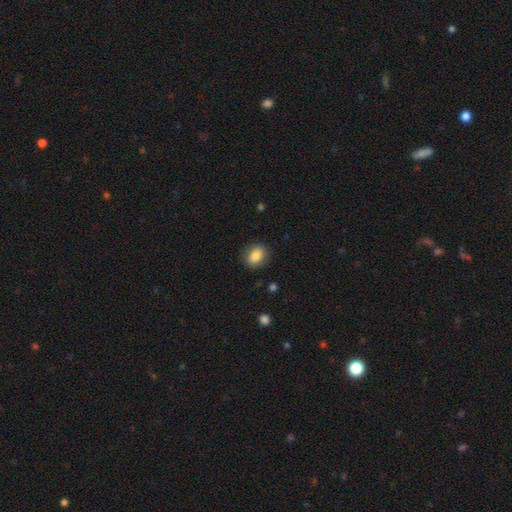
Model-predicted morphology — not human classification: Smooth or featured?
  - smooth: 84% *
  - star or artifact: 8%
  - featured or disk: 8%
How rounded?
  - in between: 59% *
  - round: 40%
  - cigar-shaped: 1%
Merging?
  - none: 85% *
  - minor disturbance: 11%
  - major disturbance: 3%
  - merger: 1%